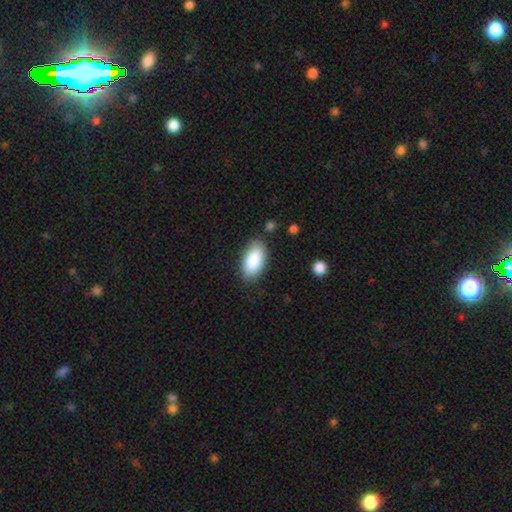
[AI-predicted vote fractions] This appears to be a smooth galaxy with no disk features (87%) that is in between round and cigar-shaped (93%). Merging: none (85%).